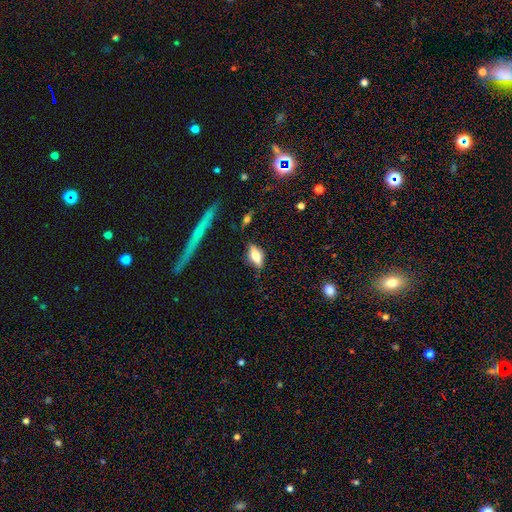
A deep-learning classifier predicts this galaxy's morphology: Overall: smooth (57%; featured or disk 35%). How rounded: in between (73%). Merging: none (80%).